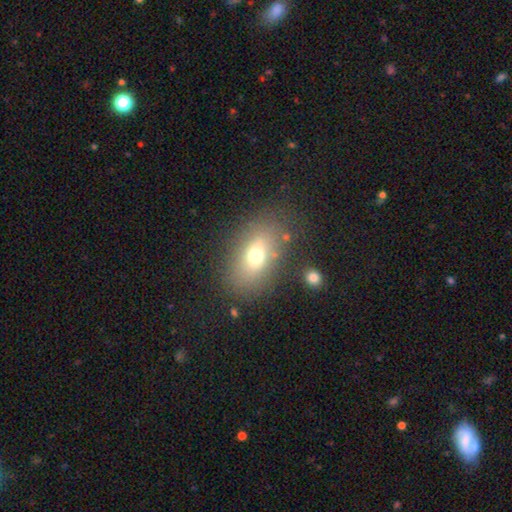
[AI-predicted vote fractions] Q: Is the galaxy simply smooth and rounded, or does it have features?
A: smooth — 66%.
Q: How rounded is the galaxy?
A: in between — 81%.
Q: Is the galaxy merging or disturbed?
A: none — 77%.